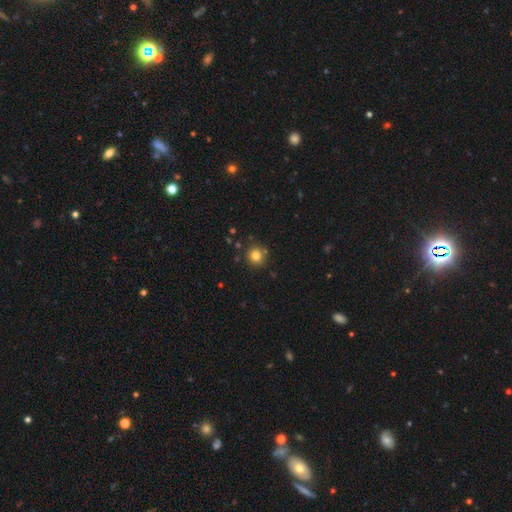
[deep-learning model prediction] Morphology: type=smooth (80%); roundness=round (89%); merging=none (84%).